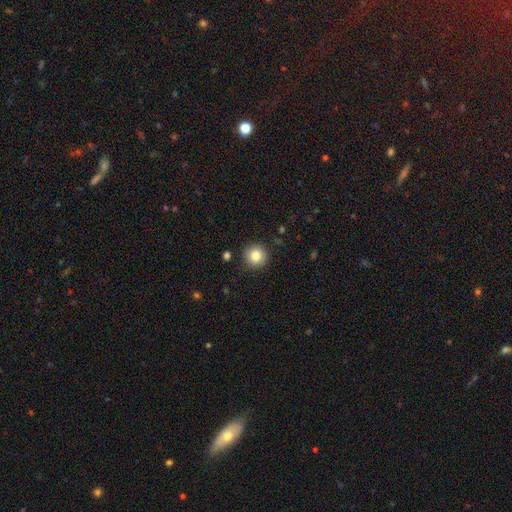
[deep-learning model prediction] Q: Smooth or featured?
A: smooth (83%); runner-up: star or artifact (10%)
Q: How rounded?
A: round (94%); runner-up: in between (5%)
Q: Merging?
A: none (89%); runner-up: minor disturbance (7%)